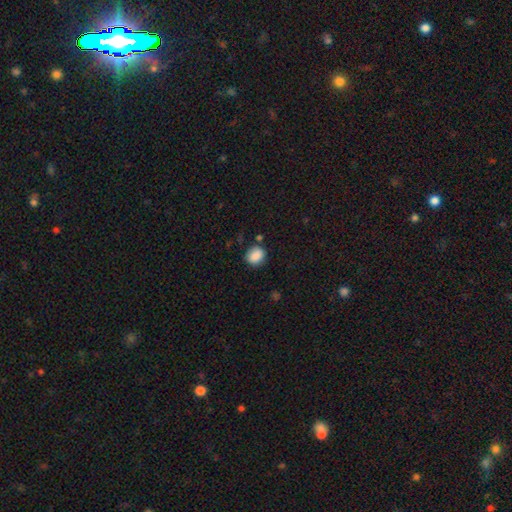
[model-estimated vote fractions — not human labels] Smooth or featured?
  - smooth: 88% *
  - star or artifact: 8%
  - featured or disk: 4%
How rounded?
  - round: 62% *
  - in between: 37%
  - cigar-shaped: 1%
Merging?
  - none: 80% *
  - minor disturbance: 13%
  - merger: 4%
  - major disturbance: 3%